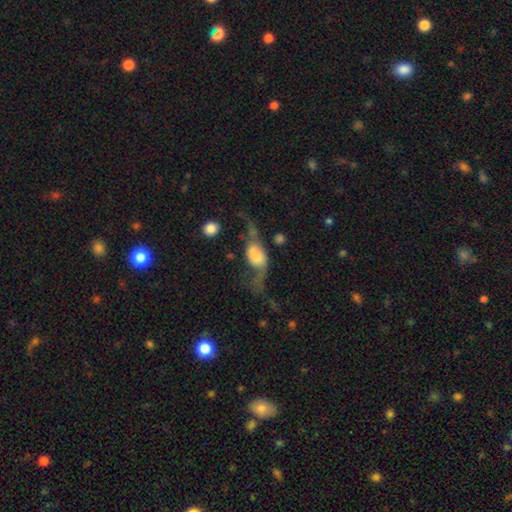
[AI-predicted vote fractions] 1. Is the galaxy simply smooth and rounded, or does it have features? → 53% featured or disk, 39% smooth, 8% star or artifact.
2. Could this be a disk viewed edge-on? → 81% no, 19% yes.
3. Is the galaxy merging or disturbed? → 43% major disturbance, 27% none, 21% minor disturbance, 10% merger.